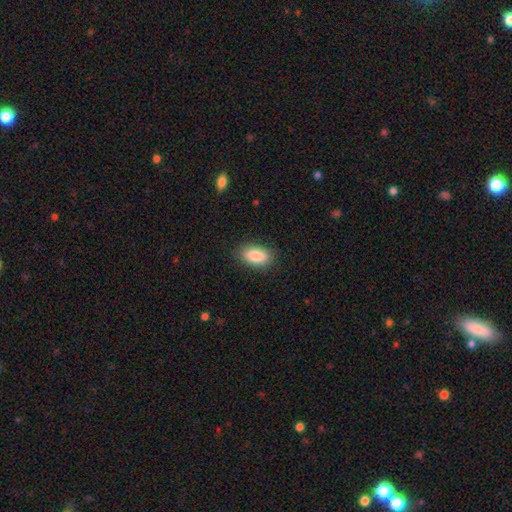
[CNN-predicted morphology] Smooth or featured? Predicted: smooth (p=0.87). How rounded? Predicted: in between (p=0.90). Merging? Predicted: none (p=0.86).